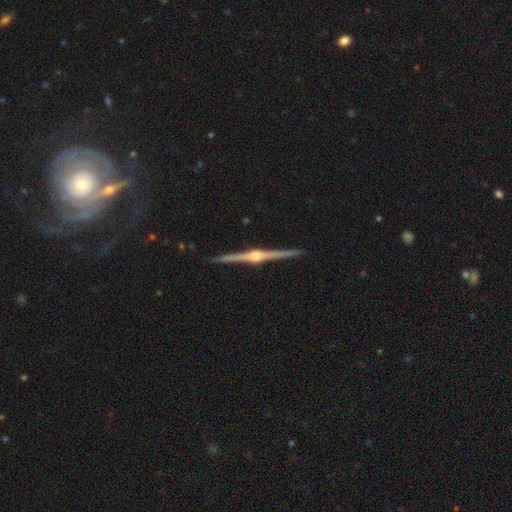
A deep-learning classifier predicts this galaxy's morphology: Q: Smooth or featured?
A: featured or disk (90%); runner-up: smooth (5%)
Q: Edge-on disk?
A: yes (99%); runner-up: no (1%)
Q: Edge-on bulge?
A: rounded (93%); runner-up: boxy (5%)
Q: Merging?
A: none (93%); runner-up: minor disturbance (5%)